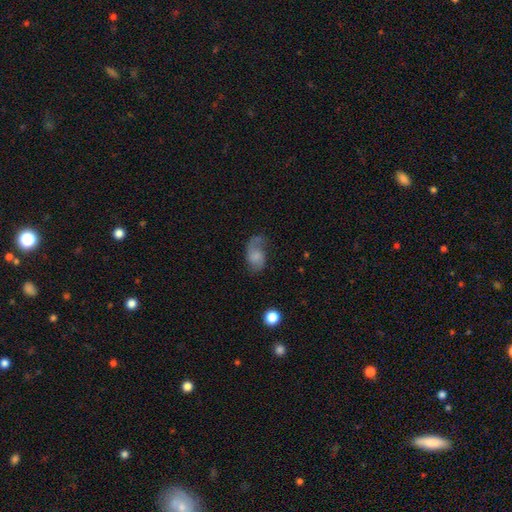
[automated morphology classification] smooth-or-featured: featured or disk: 54% | smooth: 36% | star or artifact: 10%
  disk-edge-on: no: 97% | yes: 3%
    bar: no: 59% | weak: 35% | strong: 6%
    has-spiral-arms: yes: 88% | no: 12%
    bulge-size: none: 38% | small: 30% | moderate: 22% | large: 8% | dominant: 2%
  merging: none: 53% | minor disturbance: 25% | major disturbance: 18% | merger: 4%